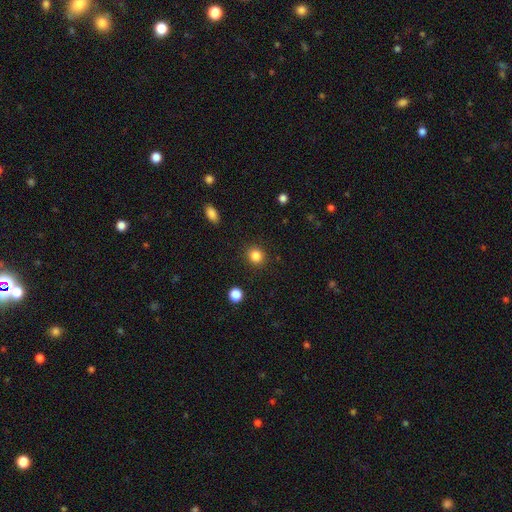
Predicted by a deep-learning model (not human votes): Q: Smooth or featured?
A: smooth (85%); runner-up: star or artifact (11%)
Q: How rounded?
A: round (86%); runner-up: in between (13%)
Q: Merging?
A: none (90%); runner-up: minor disturbance (6%)